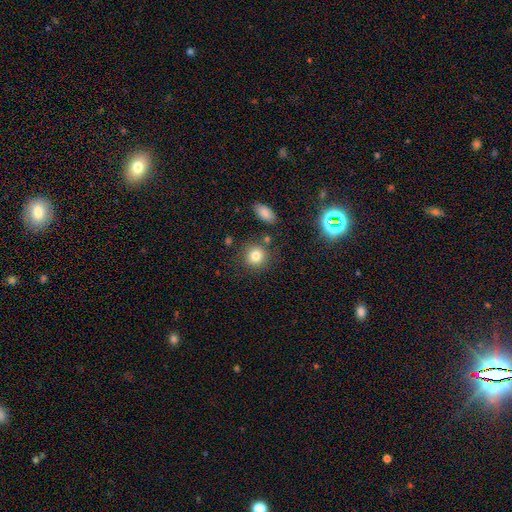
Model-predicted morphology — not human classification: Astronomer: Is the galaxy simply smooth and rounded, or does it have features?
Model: smooth — 80%.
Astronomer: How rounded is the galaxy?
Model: round — 85%.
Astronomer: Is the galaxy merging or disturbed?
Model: none — 80%.